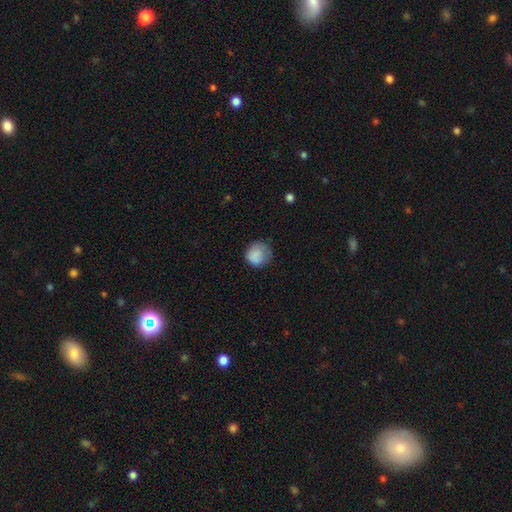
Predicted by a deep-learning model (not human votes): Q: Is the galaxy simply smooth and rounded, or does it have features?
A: smooth — 84%.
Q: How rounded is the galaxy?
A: round — 86%.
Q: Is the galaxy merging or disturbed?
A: none — 64%.